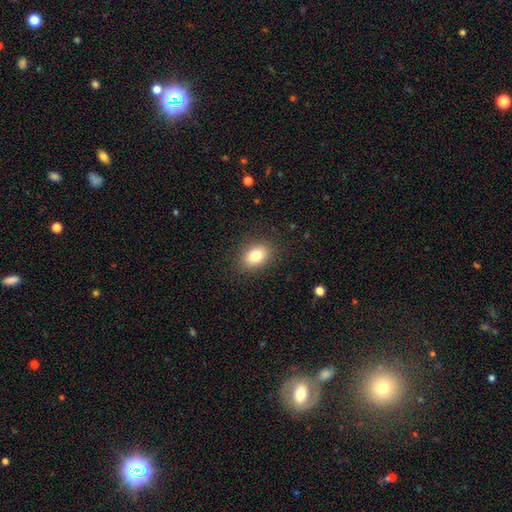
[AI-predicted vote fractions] Smooth or featured?
  - smooth: 81% *
  - featured or disk: 10%
  - star or artifact: 9%
How rounded?
  - in between: 76% *
  - round: 23%
  - cigar-shaped: 1%
Merging?
  - none: 87% *
  - minor disturbance: 9%
  - major disturbance: 3%
  - merger: 1%